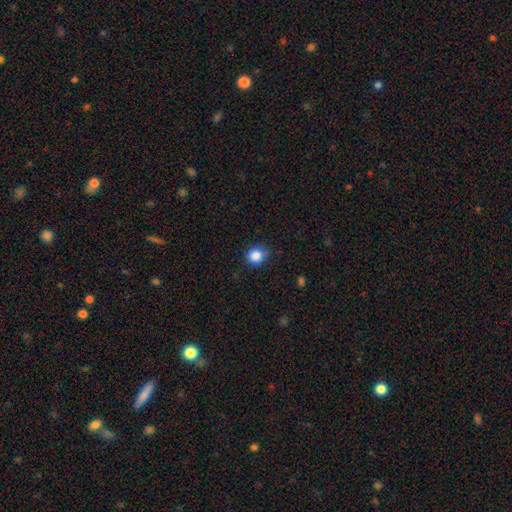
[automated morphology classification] A smooth galaxy with no disk features (85%) that is round (89%).

Vote fractions:
- Smooth or featured? smooth: 85% / star or artifact: 11% / featured or disk: 4%
- How rounded? round: 89% / in between: 10% / cigar-shaped: 1%
- Merging? none: 76% / minor disturbance: 18% / major disturbance: 4% / merger: 3%